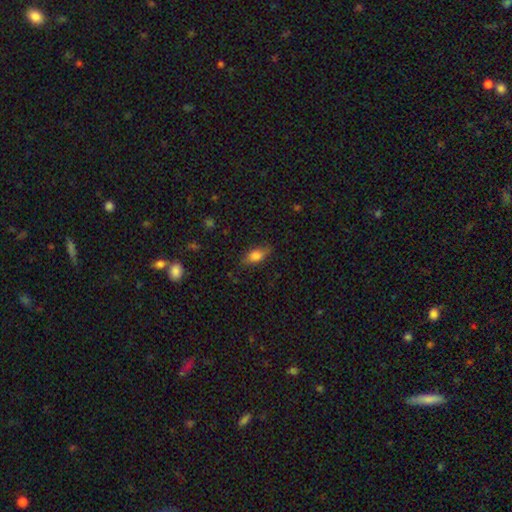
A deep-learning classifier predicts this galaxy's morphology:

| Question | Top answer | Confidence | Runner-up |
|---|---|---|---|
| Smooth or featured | smooth | 75% | featured or disk (16%) |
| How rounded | in between | 80% | cigar-shaped (13%) |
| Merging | none | 78% | minor disturbance (17%) |